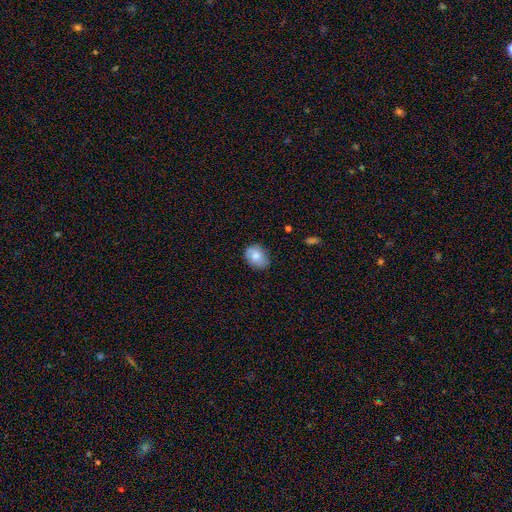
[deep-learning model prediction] Morphology: type=smooth (76%); roundness=in between (68%); merging=none (79%).